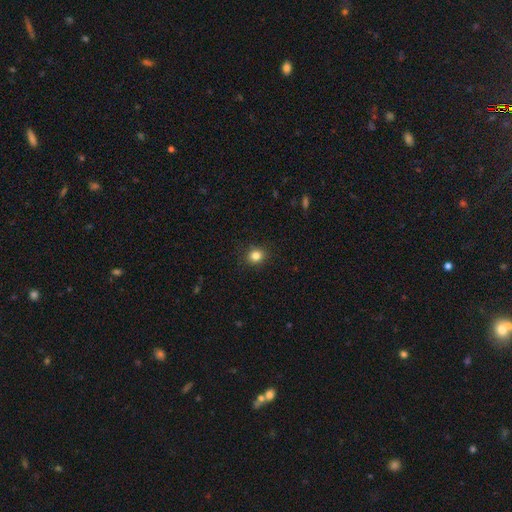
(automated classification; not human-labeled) Smooth or featured?
  - smooth: 83% *
  - star or artifact: 12%
  - featured or disk: 5%
How rounded?
  - round: 80% *
  - in between: 19%
  - cigar-shaped: 1%
Merging?
  - none: 90% *
  - minor disturbance: 7%
  - major disturbance: 2%
  - merger: 1%